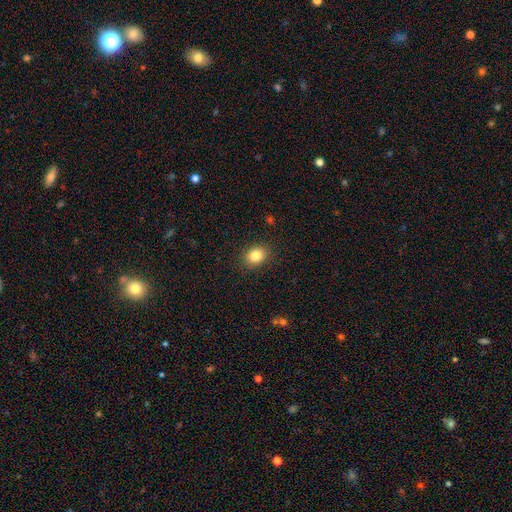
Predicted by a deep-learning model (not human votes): smooth_or_featured: smooth (p=0.84) [alt: star or artifact p=0.10]
how_rounded: in between (p=0.55) [alt: round p=0.44]
merging: none (p=0.87) [alt: minor disturbance p=0.09]